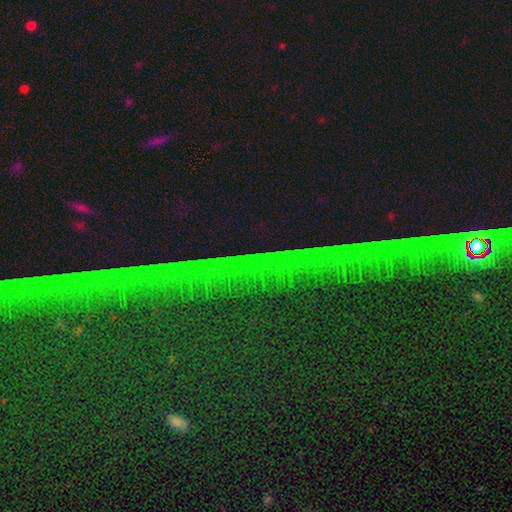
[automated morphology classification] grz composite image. It shows a star or artifact, not a galaxy (83%).